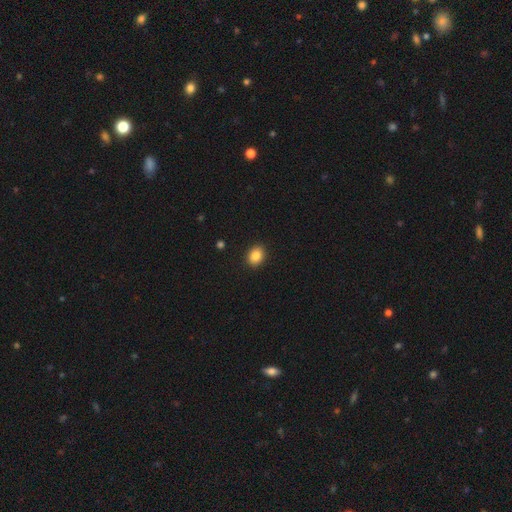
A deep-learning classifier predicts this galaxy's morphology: A smooth galaxy with no disk features (87%) that is in between round and cigar-shaped (55%).

Vote fractions:
- Smooth or featured? smooth: 87% / star or artifact: 9% / featured or disk: 4%
- How rounded? in between: 55% / round: 44% / cigar-shaped: 1%
- Merging? none: 91% / minor disturbance: 6% / major disturbance: 2% / merger: 1%